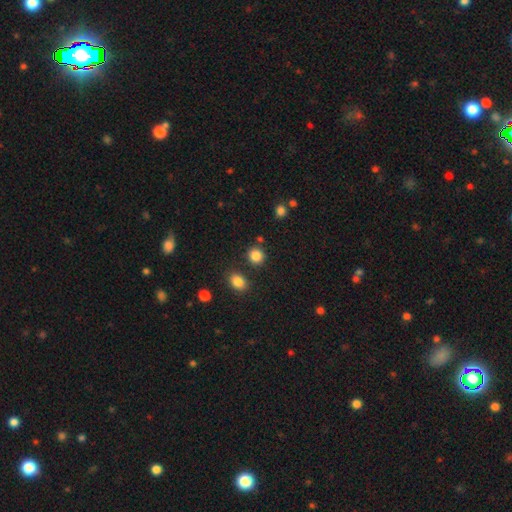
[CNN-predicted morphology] A smooth galaxy with no disk features (85%) that is round (86%).

Vote fractions:
- Smooth or featured? smooth: 85% / star or artifact: 11% / featured or disk: 4%
- How rounded? round: 86% / in between: 14% / cigar-shaped: 1%
- Merging? none: 83% / minor disturbance: 8% / merger: 6% / major disturbance: 3%